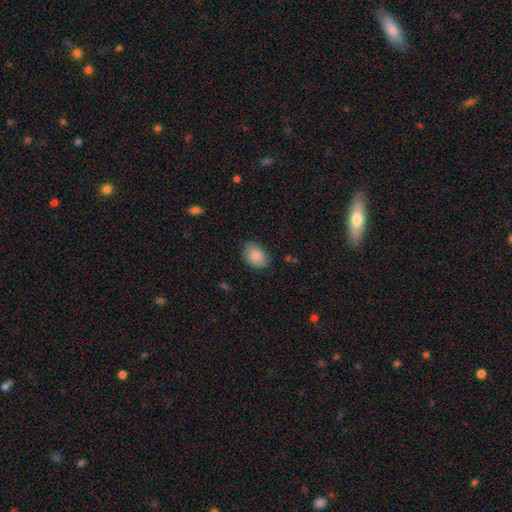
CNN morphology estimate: Smooth or featured?
  - smooth: 87% *
  - star or artifact: 7%
  - featured or disk: 6%
How rounded?
  - in between: 76% *
  - round: 23%
  - cigar-shaped: 1%
Merging?
  - none: 76% *
  - minor disturbance: 19%
  - major disturbance: 4%
  - merger: 1%